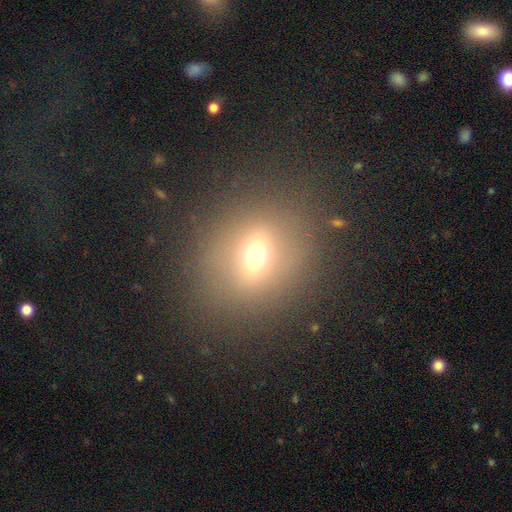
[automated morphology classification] Smooth or featured: smooth — 62% (star or artifact — 20%)
How rounded: round — 63% (in between — 35%)
Merging: none — 82% (minor disturbance — 10%)